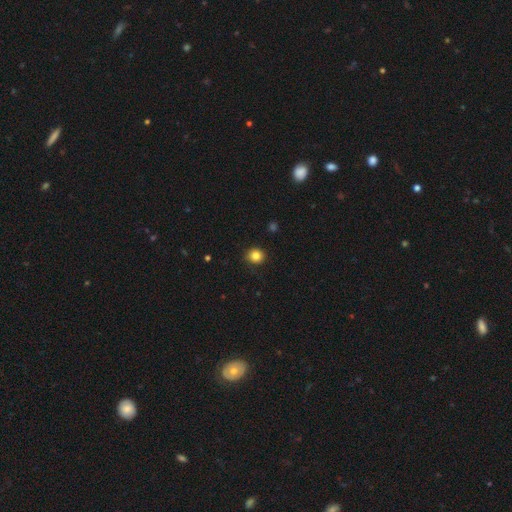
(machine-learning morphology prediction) smooth 84%, star or artifact 11%, featured or disk 4%. Down the decision tree: how rounded — round (89%); merging — none (90%).